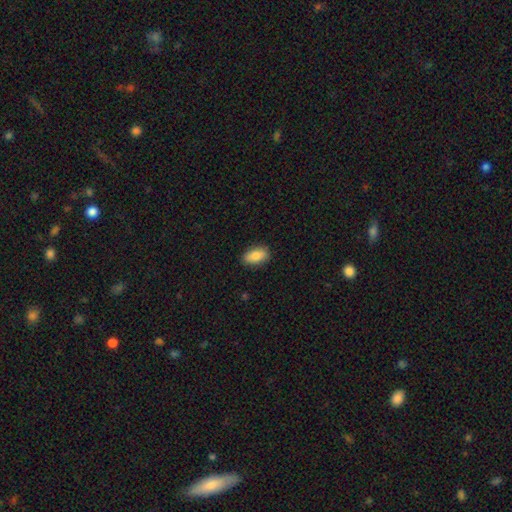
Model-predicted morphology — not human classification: smooth-or-featured: smooth: 84% | featured or disk: 9% | star or artifact: 7%
  how-rounded: in between: 90% | cigar-shaped: 5% | round: 5%
  merging: none: 87% | minor disturbance: 10% | major disturbance: 2% | merger: 1%